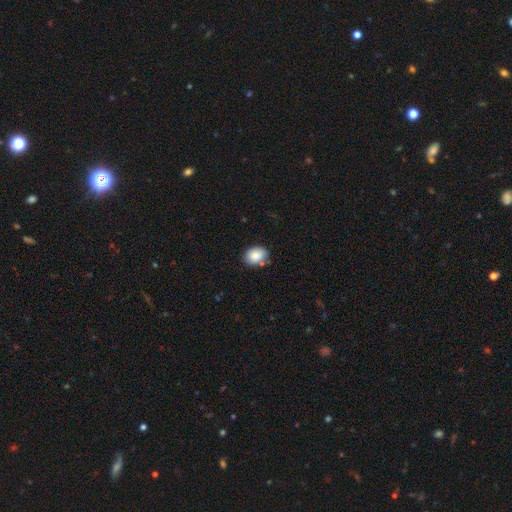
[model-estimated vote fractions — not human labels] Smooth or featured? smooth (86%)
How rounded? in between (67%)
Merging? none (74%)